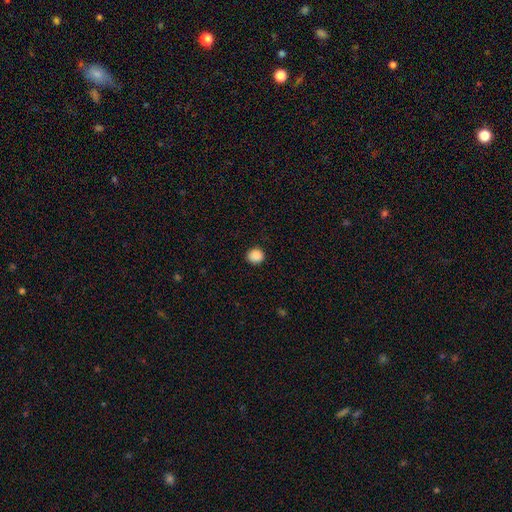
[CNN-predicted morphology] Overall: smooth (89%). How rounded: round (86%). Merging: none (90%).